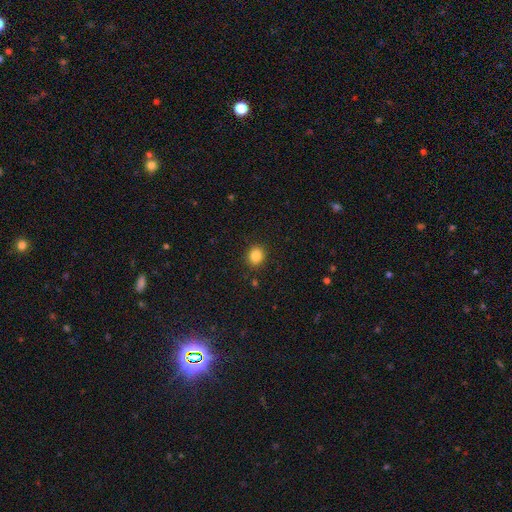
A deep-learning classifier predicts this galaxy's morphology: Smooth or featured?
  - smooth: 86% *
  - star or artifact: 10%
  - featured or disk: 4%
How rounded?
  - round: 69% *
  - in between: 30%
  - cigar-shaped: 1%
Merging?
  - none: 89% *
  - minor disturbance: 8%
  - major disturbance: 2%
  - merger: 1%